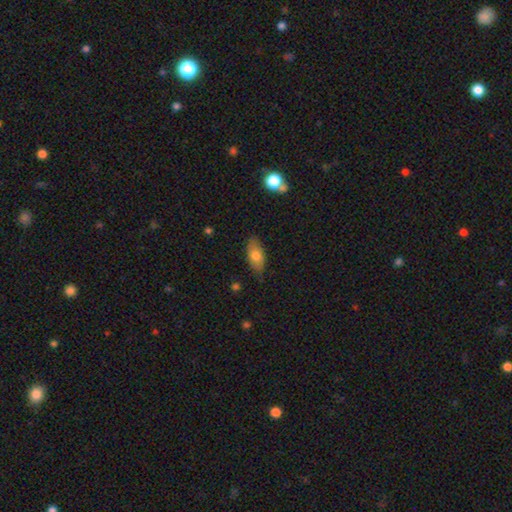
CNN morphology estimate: Q: Smooth or featured?
A: smooth (74%); runner-up: featured or disk (19%)
Q: How rounded?
A: in between (87%); runner-up: cigar-shaped (9%)
Q: Merging?
A: none (80%); runner-up: minor disturbance (15%)